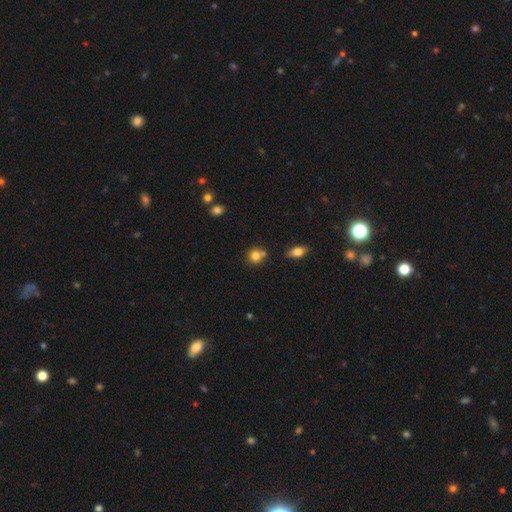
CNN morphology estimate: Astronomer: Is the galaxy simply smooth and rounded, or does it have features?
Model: smooth — 79%.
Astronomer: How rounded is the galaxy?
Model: round — 86%.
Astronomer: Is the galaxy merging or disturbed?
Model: none — 62%.